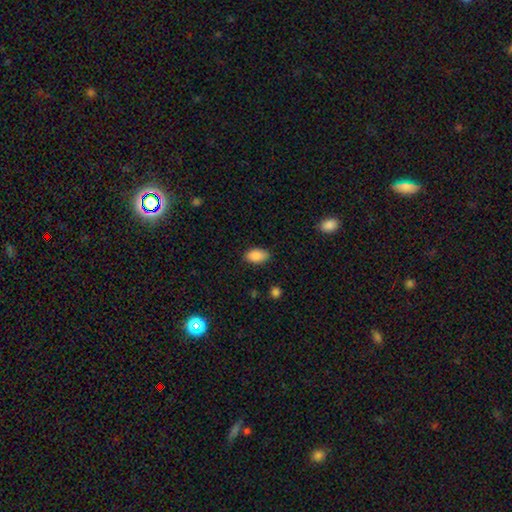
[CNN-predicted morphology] A smooth galaxy with no disk features (87%) that is in between round and cigar-shaped (92%).

Vote fractions:
- Smooth or featured? smooth: 87% / star or artifact: 8% / featured or disk: 5%
- How rounded? in between: 92% / round: 6% / cigar-shaped: 2%
- Merging? none: 84% / minor disturbance: 13% / major disturbance: 3% / merger: 1%